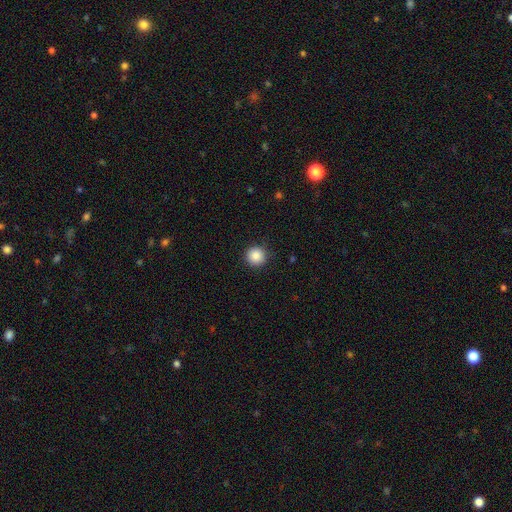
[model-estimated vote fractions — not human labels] smooth-or-featured: smooth: 87% | star or artifact: 9% | featured or disk: 3%
  how-rounded: round: 95% | in between: 4% | cigar-shaped: 1%
  merging: none: 91% | minor disturbance: 7% | major disturbance: 2% | merger: 1%